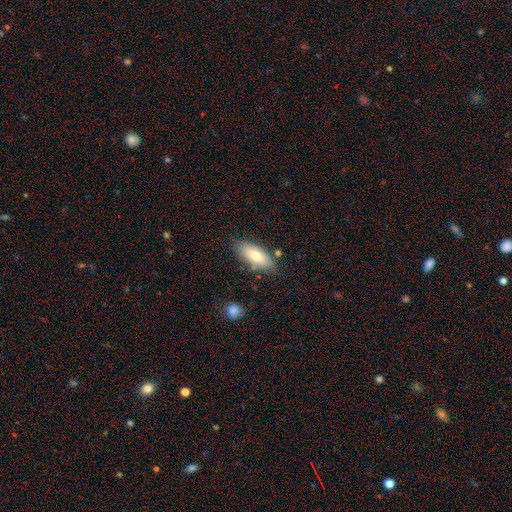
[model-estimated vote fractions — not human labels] The model was most divided on "smooth or featured": smooth: 75%, featured or disk: 19%, star or artifact: 6%. More confident: how rounded — in between (80%); merging — none (78%).